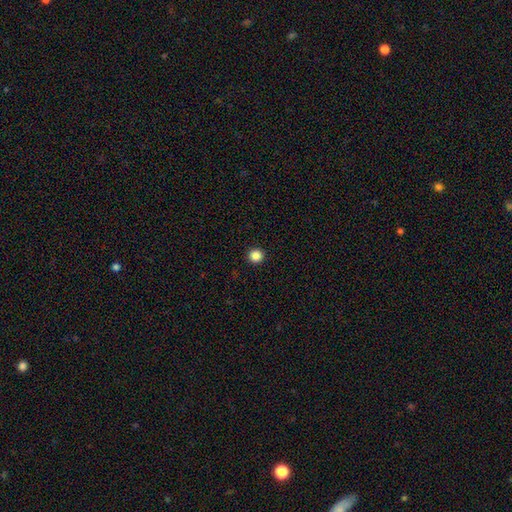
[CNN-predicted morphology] smooth_or_featured: smooth (p=0.86) [alt: star or artifact p=0.11]
how_rounded: round (p=0.96) [alt: in between p=0.03]
merging: none (p=0.94) [alt: minor disturbance p=0.04]